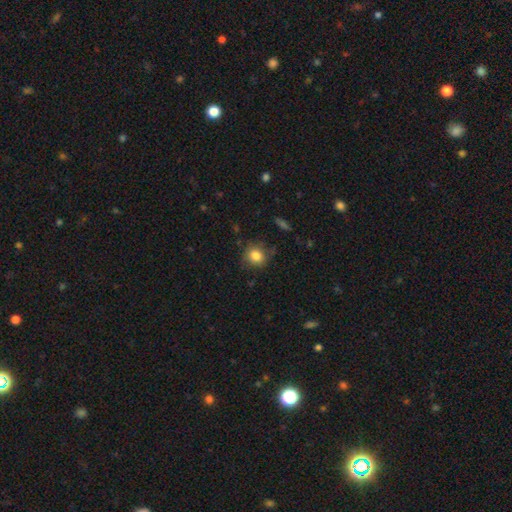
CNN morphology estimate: smooth 83%, star or artifact 10%, featured or disk 7%. Down the decision tree: how rounded — round (80%); merging — none (77%).